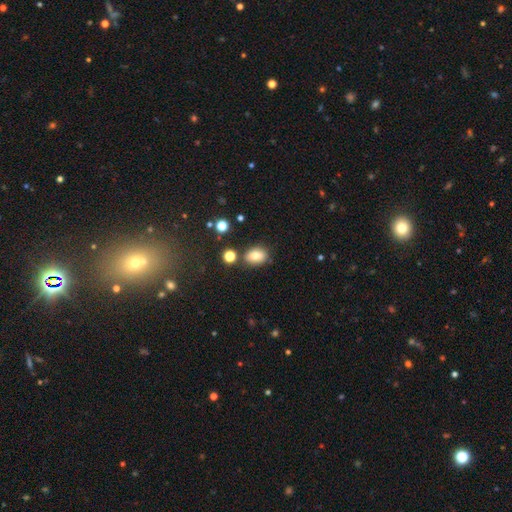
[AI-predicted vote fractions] Overall: smooth (80%). How rounded: in between (74%). Merging: none (77%).